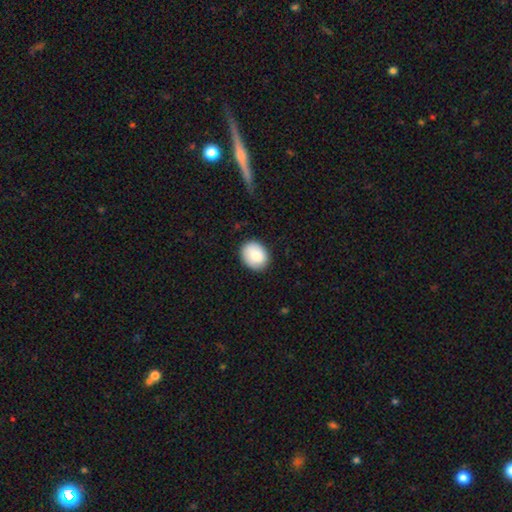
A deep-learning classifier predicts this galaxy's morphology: smooth 85%, featured or disk 9%, star or artifact 7%. Down the decision tree: how rounded — in between (51%); merging — none (84%).